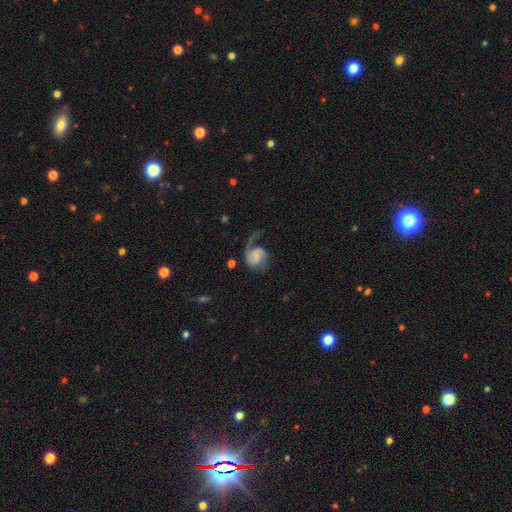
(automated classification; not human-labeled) smooth_or_featured: featured or disk (p=0.76) [alt: smooth p=0.17]
disk_edge_on: no (p=0.98) [alt: yes p=0.02]
bar: weak (p=0.45) [alt: no p=0.42]
has_spiral_arms: yes (p=0.94) [alt: no p=0.06]
spiral_winding: medium (p=0.43) [alt: loose p=0.37]
spiral_arm_count: 2 (p=0.50) [alt: 1 p=0.43]
bulge_size: small (p=0.38) [tied with: none p=0.38]
merging: none (p=0.42) [alt: major disturbance p=0.36]